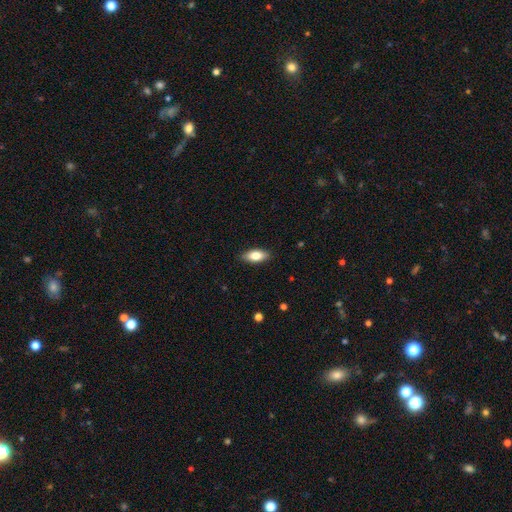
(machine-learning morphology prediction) type=smooth (81%); roundness=in between (88%); merging=none (88%).